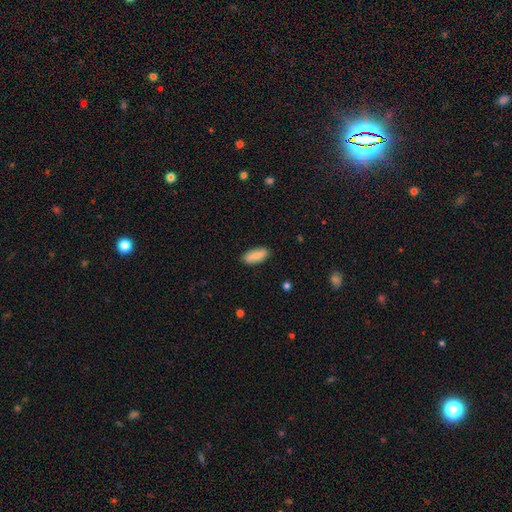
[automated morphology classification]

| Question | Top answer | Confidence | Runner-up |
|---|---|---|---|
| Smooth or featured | smooth | 79% | featured or disk (15%) |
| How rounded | in between | 77% | cigar-shaped (21%) |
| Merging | none | 86% | minor disturbance (11%) |